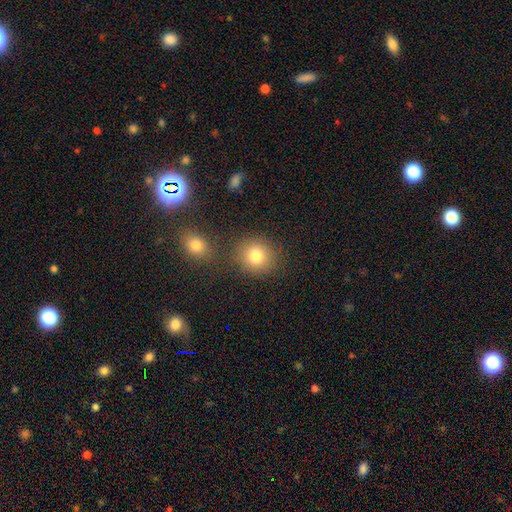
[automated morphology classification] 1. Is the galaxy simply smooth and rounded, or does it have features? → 80% smooth, 12% star or artifact, 8% featured or disk.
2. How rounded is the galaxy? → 82% round, 17% in between, 1% cigar-shaped.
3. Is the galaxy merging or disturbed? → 77% none, 10% merger, 10% minor disturbance, 3% major disturbance.